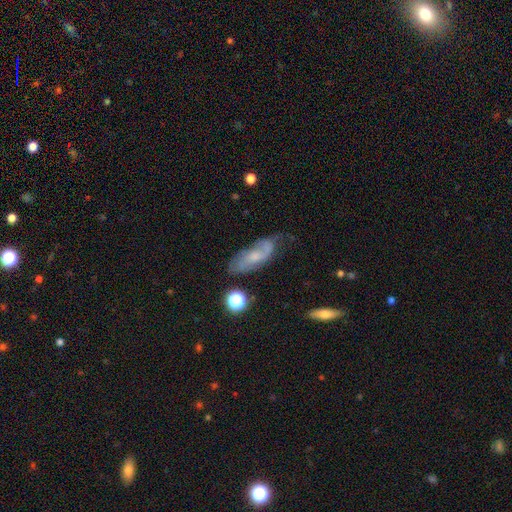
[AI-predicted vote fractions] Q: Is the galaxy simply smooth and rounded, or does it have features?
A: featured or disk — 62%.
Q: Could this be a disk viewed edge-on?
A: no — 87%.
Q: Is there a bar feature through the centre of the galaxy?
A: no — 61%.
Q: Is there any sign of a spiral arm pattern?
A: yes — 85%.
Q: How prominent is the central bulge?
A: small — 50%.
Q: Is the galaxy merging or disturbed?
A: none — 58%.